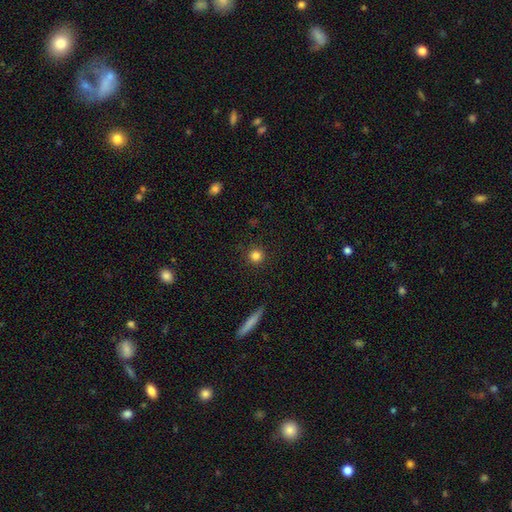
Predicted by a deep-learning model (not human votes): Smooth or featured?
  - smooth: 83% *
  - star or artifact: 12%
  - featured or disk: 5%
How rounded?
  - round: 95% *
  - in between: 4%
  - cigar-shaped: 1%
Merging?
  - none: 91% *
  - minor disturbance: 5%
  - major disturbance: 2%
  - merger: 1%